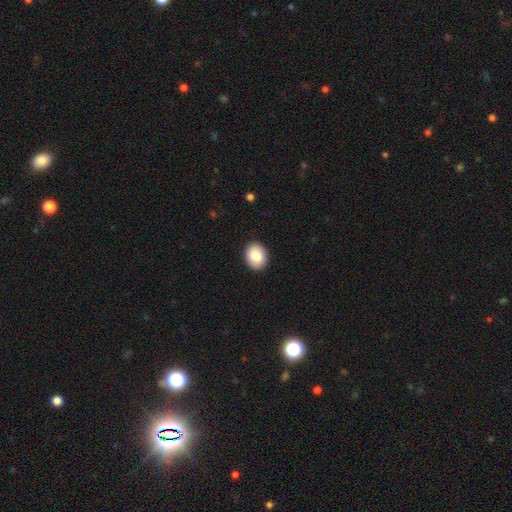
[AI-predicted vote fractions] This appears to be a smooth galaxy with no disk features (84%) that is in between round and cigar-shaped (53%). Merging: none (90%).